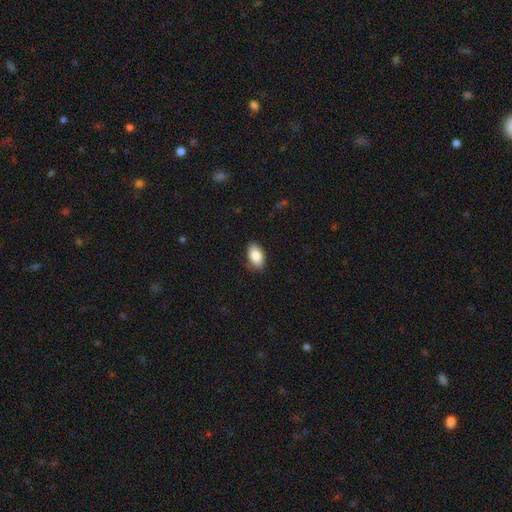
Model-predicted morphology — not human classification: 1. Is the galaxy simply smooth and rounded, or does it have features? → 86% smooth, 8% featured or disk, 7% star or artifact.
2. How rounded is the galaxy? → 93% in between, 5% round, 2% cigar-shaped.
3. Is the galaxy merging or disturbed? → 85% none, 12% minor disturbance, 2% major disturbance, 1% merger.